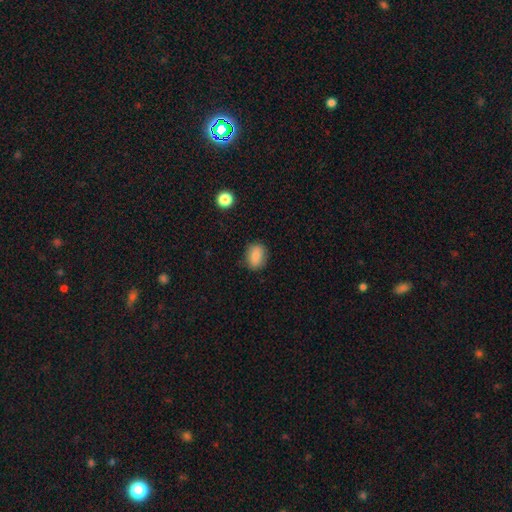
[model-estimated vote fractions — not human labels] A smooth galaxy with no disk features (86%) that is in between round and cigar-shaped (67%). Merging: none (84%).